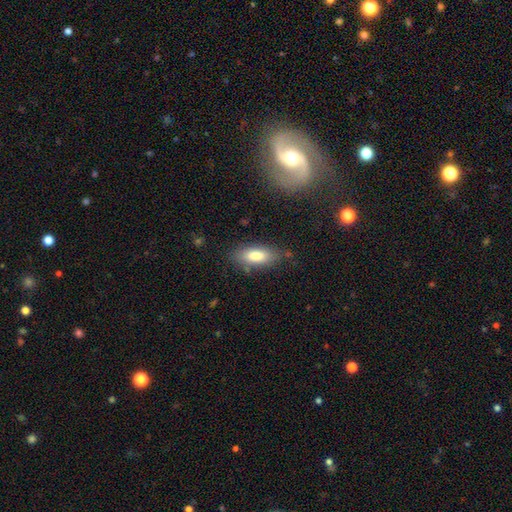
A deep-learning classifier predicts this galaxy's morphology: smooth 82%, featured or disk 11%, star or artifact 7%. Down the decision tree: how rounded — in between (79%); merging — none (79%).